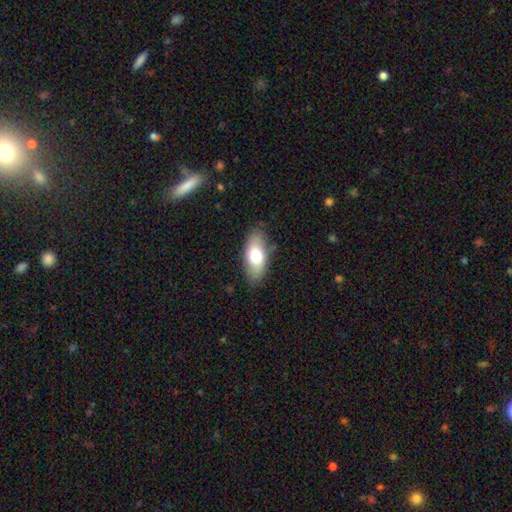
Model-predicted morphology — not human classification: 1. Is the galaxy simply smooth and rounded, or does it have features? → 69% smooth, 25% featured or disk, 7% star or artifact.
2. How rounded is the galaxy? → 85% in between, 11% cigar-shaped, 4% round.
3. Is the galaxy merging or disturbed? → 83% none, 13% minor disturbance, 3% major disturbance, 1% merger.